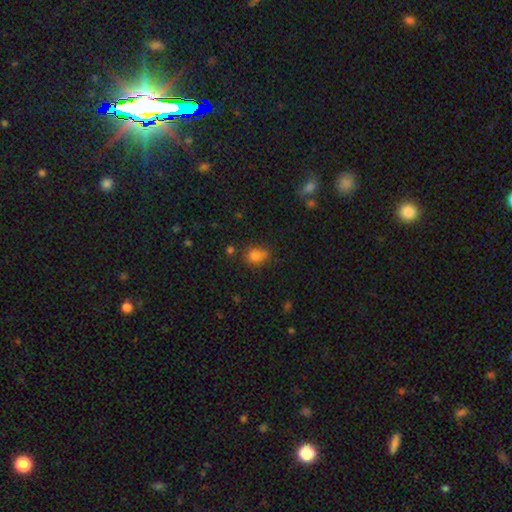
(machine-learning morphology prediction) A smooth galaxy with no disk features (80%) that is in between round and cigar-shaped (51%).

Vote fractions:
- Smooth or featured? smooth: 80% / star or artifact: 12% / featured or disk: 8%
- How rounded? in between: 51% / round: 48% / cigar-shaped: 1%
- Merging? none: 65% / minor disturbance: 25% / major disturbance: 6% / merger: 4%